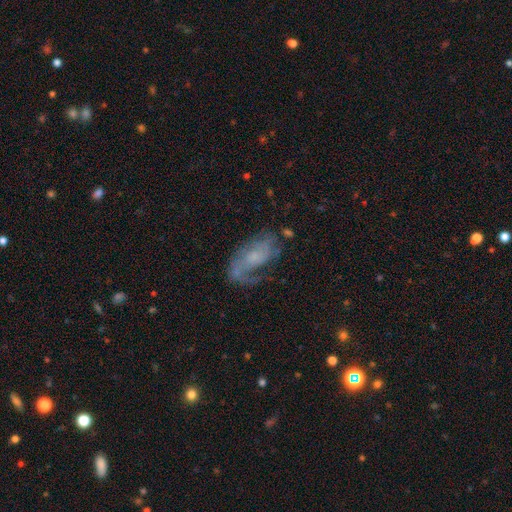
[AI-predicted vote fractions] This is likely a featured or disk galaxy (70%). It is clearly not viewed edge-on (95%). Bar: likely no (65%). Spiral arm pattern: clearly yes (87%). Spiral arm count: marginally 2 (44%). Spiral winding: marginally medium (41%). Central bulge: possibly small (46%). Merging: possibly none (54%).